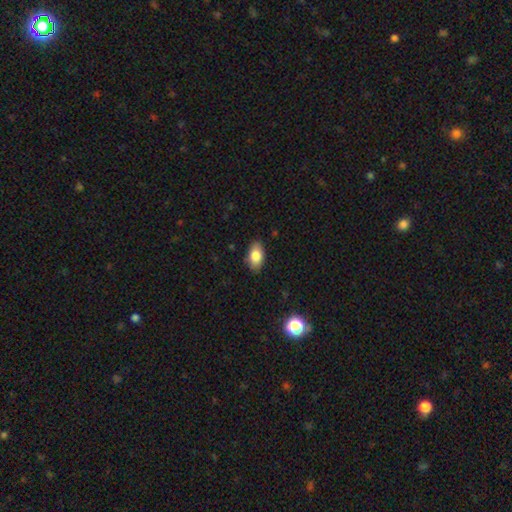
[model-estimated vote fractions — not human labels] A smooth galaxy with no disk features (82%) that is in between round and cigar-shaped (91%).

Vote fractions:
- Smooth or featured? smooth: 82% / featured or disk: 10% / star or artifact: 8%
- How rounded? in between: 91% / round: 6% / cigar-shaped: 3%
- Merging? none: 85% / minor disturbance: 11% / major disturbance: 2% / merger: 1%